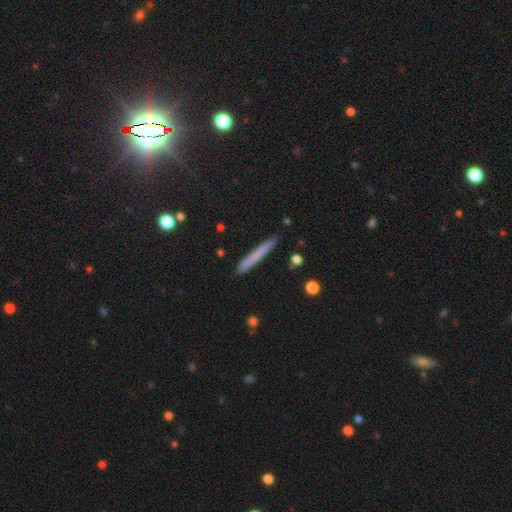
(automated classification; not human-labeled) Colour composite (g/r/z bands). It shows a smooth galaxy with no disk features (67%) that is cigar-shaped (97%). Merging: none (89%).